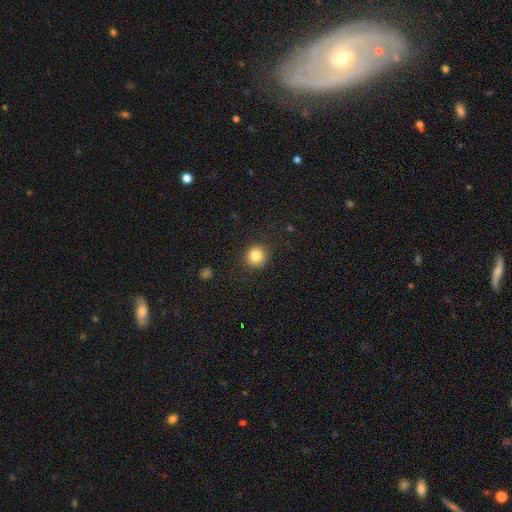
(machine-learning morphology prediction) Q: Smooth or featured?
A: smooth (84%); runner-up: star or artifact (10%)
Q: How rounded?
A: round (92%); runner-up: in between (7%)
Q: Merging?
A: none (90%); runner-up: minor disturbance (7%)